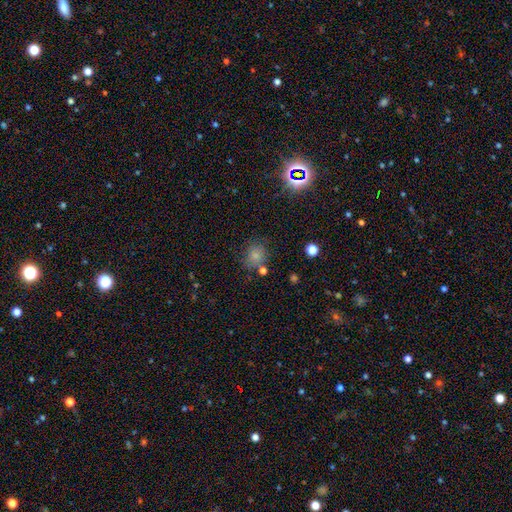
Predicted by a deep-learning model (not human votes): The model was most divided on "how rounded": round: 77%, in between: 22%, cigar-shaped: 1%. More confident: smooth or featured — smooth (77%); merging — none (71%).